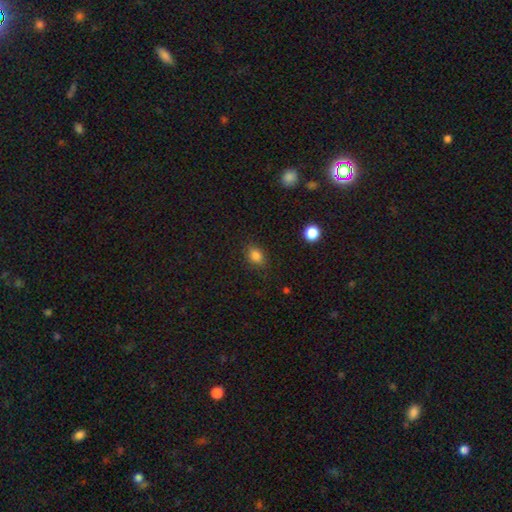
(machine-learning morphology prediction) smooth 83%, star or artifact 12%, featured or disk 6%. Down the decision tree: how rounded — in between (65%); merging — none (82%).